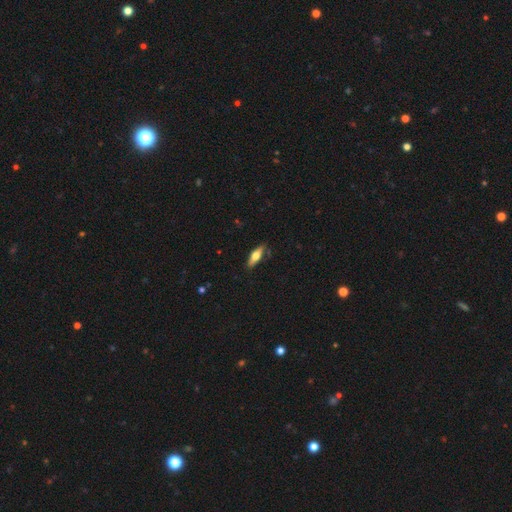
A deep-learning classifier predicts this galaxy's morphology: This is possibly a smooth galaxy (60%). How rounded: possibly in between (54%). Merging: clearly none (81%).